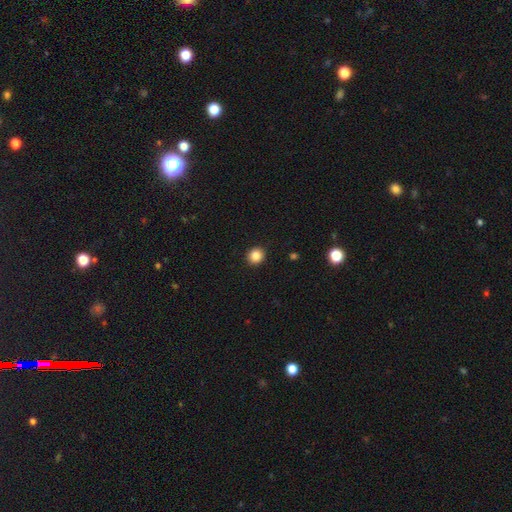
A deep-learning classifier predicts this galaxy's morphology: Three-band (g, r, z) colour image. It shows a smooth galaxy with no disk features (85%) that is round (86%). Merging: none (93%).